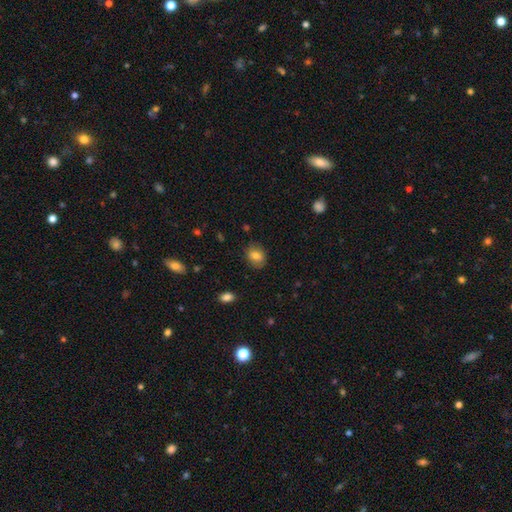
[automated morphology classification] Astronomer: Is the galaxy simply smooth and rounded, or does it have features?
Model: smooth — 79%.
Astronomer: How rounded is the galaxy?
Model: in between — 55% (runner-up: round, 44%).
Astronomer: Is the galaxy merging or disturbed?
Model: none — 84%.